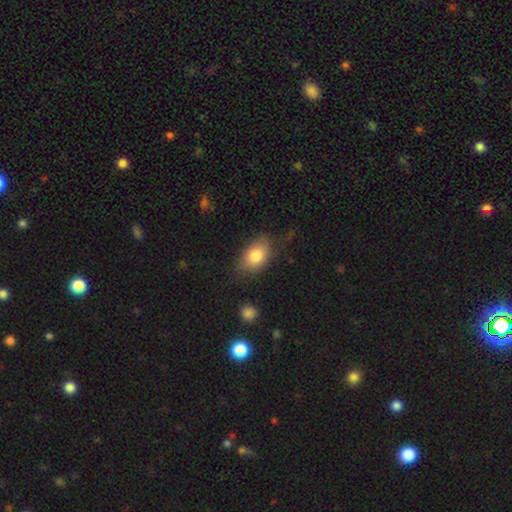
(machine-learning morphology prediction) The model was most divided on "merging": none: 71%, minor disturbance: 20%, major disturbance: 7%, merger: 2%. More confident: how rounded — in between (84%); smooth or featured — smooth (81%).